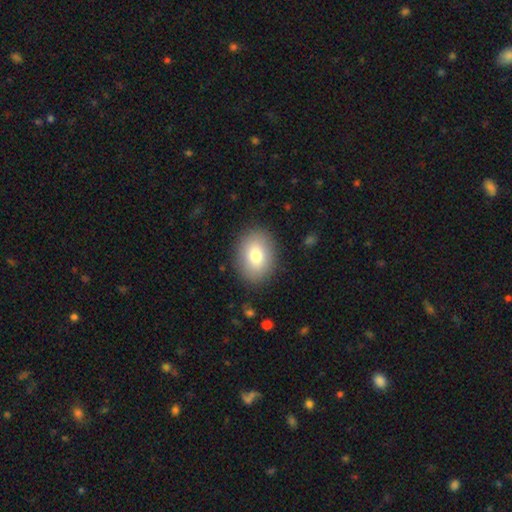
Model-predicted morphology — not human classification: This is likely a smooth galaxy (78%). How rounded: likely in between (71%). Merging: clearly none (87%).